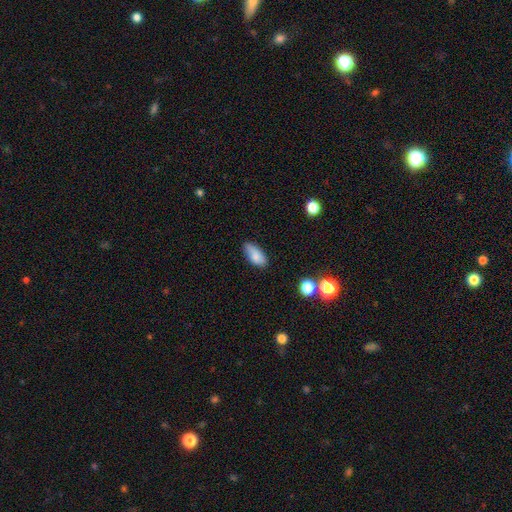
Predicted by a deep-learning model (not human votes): smooth_or_featured: smooth (p=0.83) [alt: featured or disk p=0.09]
how_rounded: in between (p=0.87) [alt: cigar-shaped p=0.10]
merging: none (p=0.67) [alt: minor disturbance p=0.26]